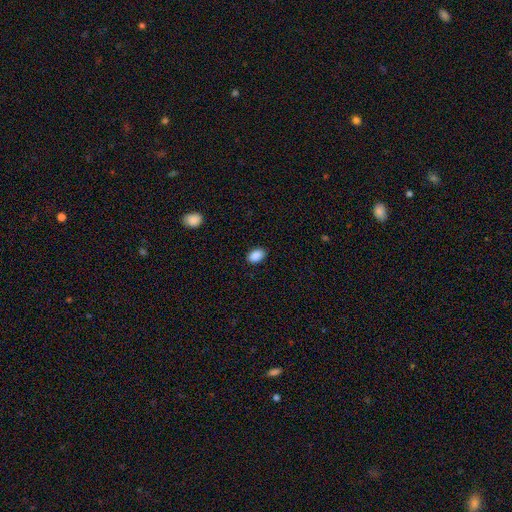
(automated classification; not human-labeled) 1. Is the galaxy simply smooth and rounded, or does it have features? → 90% smooth, 8% star or artifact, 3% featured or disk.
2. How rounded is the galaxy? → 86% in between, 12% round, 1% cigar-shaped.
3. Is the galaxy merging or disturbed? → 87% none, 9% minor disturbance, 2% major disturbance, 1% merger.